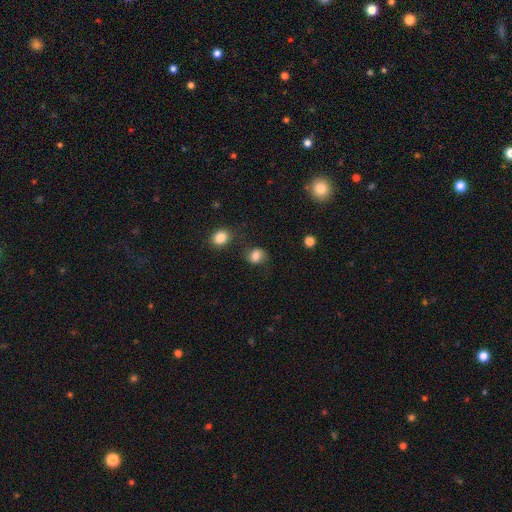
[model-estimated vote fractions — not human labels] Smooth or featured? smooth (76%)
How rounded? round (60%)
Merging? none (69%)